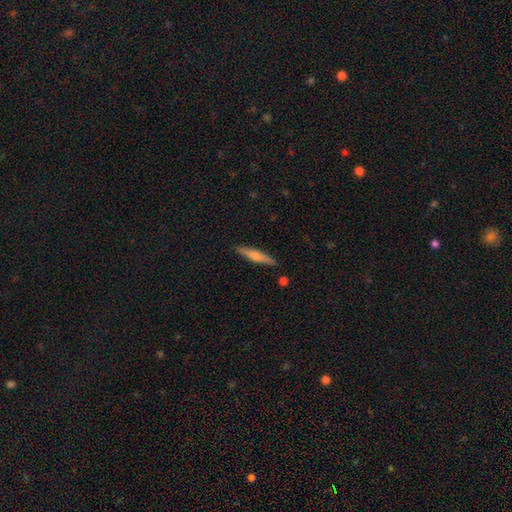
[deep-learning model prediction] Smooth or featured?
  - smooth: 62% *
  - featured or disk: 32%
  - star or artifact: 6%
How rounded?
  - cigar-shaped: 89% *
  - in between: 10%
  - round: 1%
Merging?
  - none: 87% *
  - minor disturbance: 9%
  - merger: 2%
  - major disturbance: 2%